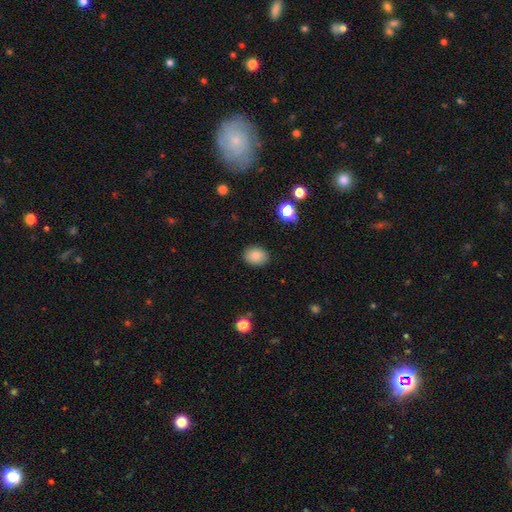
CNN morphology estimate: smooth_or_featured: smooth (p=0.85) [alt: star or artifact p=0.09]
how_rounded: in between (p=0.60) [alt: round p=0.39]
merging: none (p=0.87) [alt: minor disturbance p=0.10]